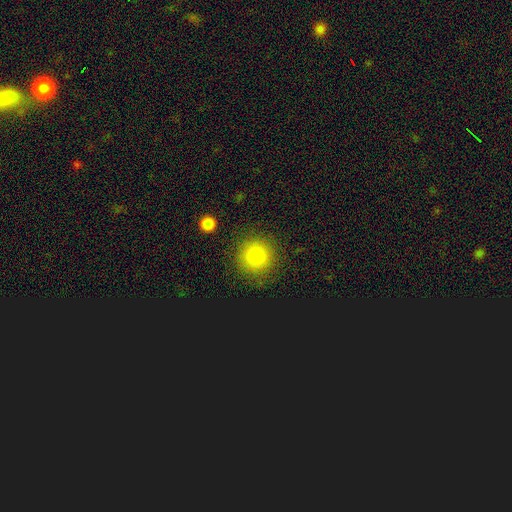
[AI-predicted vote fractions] Q: Smooth or featured?
A: smooth (84%); runner-up: star or artifact (11%)
Q: How rounded?
A: round (94%); runner-up: in between (5%)
Q: Merging?
A: none (87%); runner-up: minor disturbance (8%)